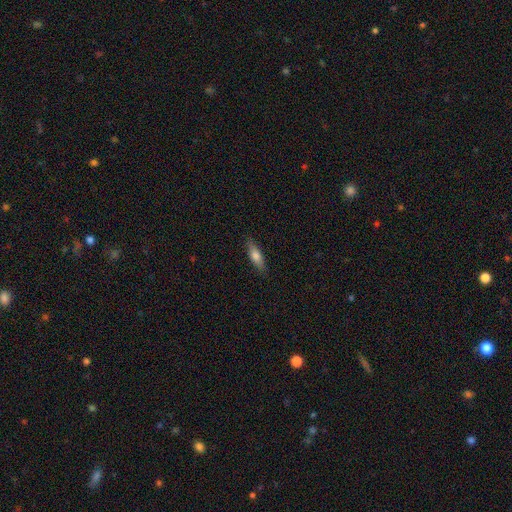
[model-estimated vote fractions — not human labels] Morphology: type=smooth (70%); roundness=cigar-shaped (54%); merging=none (86%).